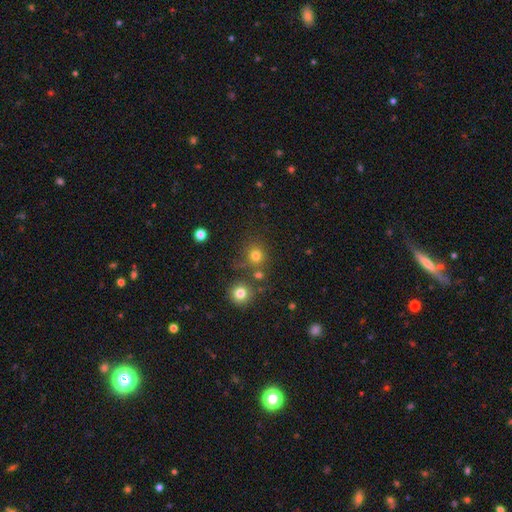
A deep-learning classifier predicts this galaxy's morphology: Overall: smooth (76%). How rounded: round (90%). Merging: none (73%).